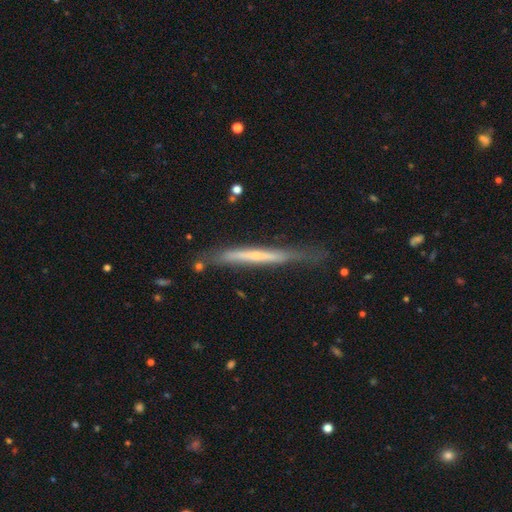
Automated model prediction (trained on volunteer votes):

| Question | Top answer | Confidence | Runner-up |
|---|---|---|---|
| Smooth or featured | featured or disk | 58% | smooth (36%) |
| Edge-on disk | yes | 94% | no (6%) |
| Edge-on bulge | none | 68% | rounded (25%) |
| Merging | none | 68% | minor disturbance (24%) |